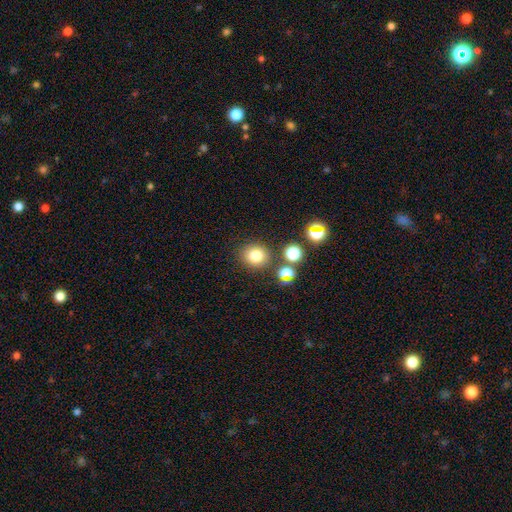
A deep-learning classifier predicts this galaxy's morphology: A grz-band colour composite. It shows a smooth galaxy with no disk features (79%) that is round (83%). Merging: none (82%).